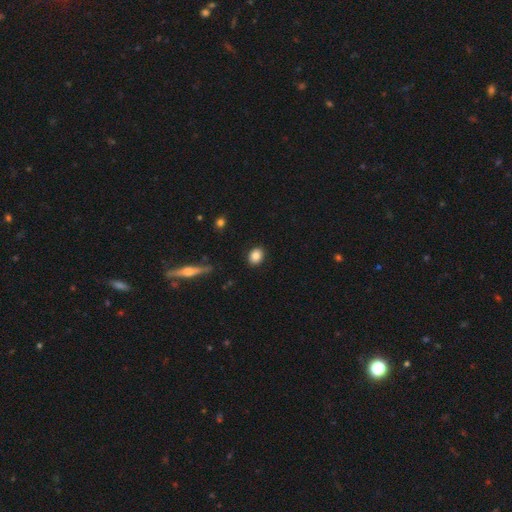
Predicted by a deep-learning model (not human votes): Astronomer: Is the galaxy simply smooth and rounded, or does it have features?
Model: smooth — 85%.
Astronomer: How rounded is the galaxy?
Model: round — 52% (runner-up: in between, 46%).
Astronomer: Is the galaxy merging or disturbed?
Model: none — 89%.